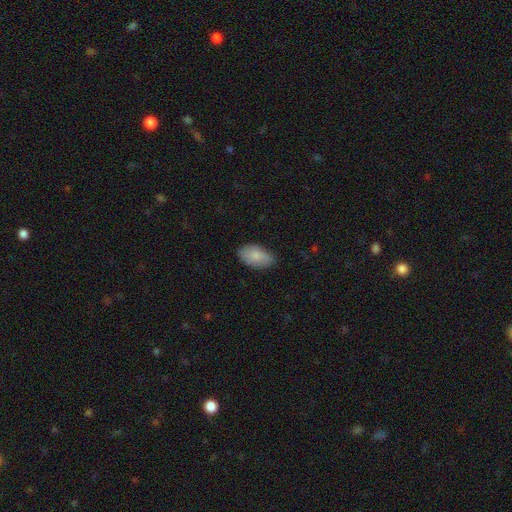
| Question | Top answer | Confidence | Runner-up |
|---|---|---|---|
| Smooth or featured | smooth | 84% | featured or disk (11%) |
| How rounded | in between | 100% | — |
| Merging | none | 80% | minor disturbance (17%) |